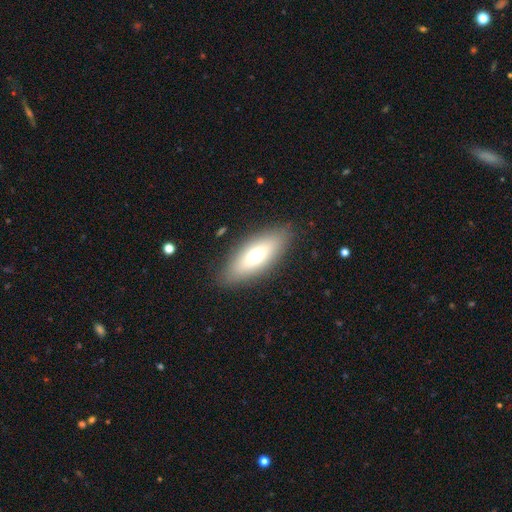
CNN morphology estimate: The model was most divided on "smooth or featured": smooth: 64%, featured or disk: 29%, star or artifact: 7%. More confident: merging — none (87%); how rounded — in between (70%).